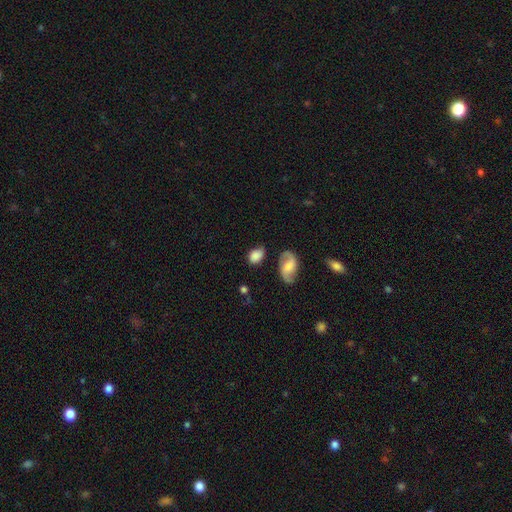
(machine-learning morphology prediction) This is likely a smooth galaxy (75%). How rounded: likely in between (76%). Merging: likely none (63%).